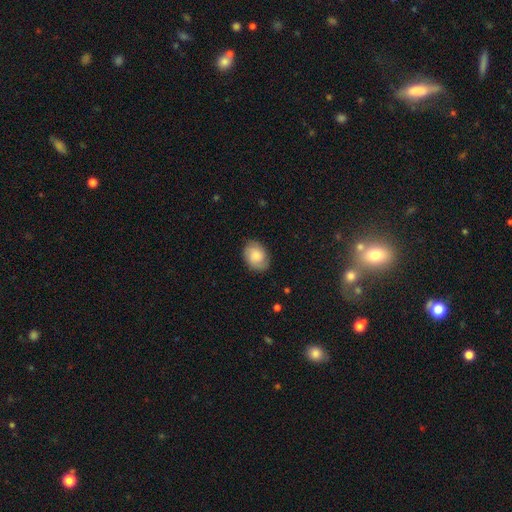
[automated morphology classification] Q: Smooth or featured?
A: smooth (63%); runner-up: featured or disk (30%)
Q: How rounded?
A: in between (70%); runner-up: round (29%)
Q: Merging?
A: none (79%); runner-up: minor disturbance (15%)